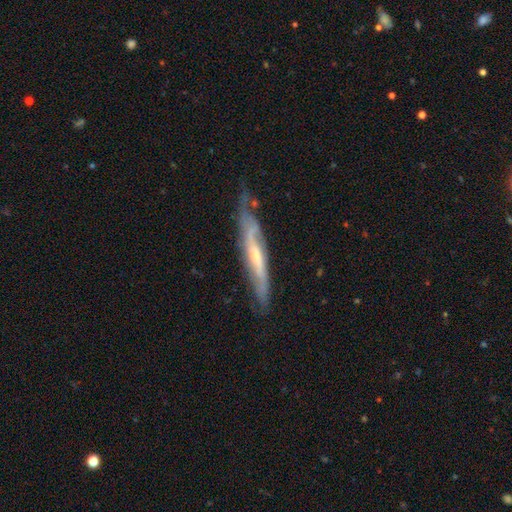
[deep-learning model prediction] This appears to be a featured or disk galaxy (73%) viewed edge-on (65%). Merging: none (67%).